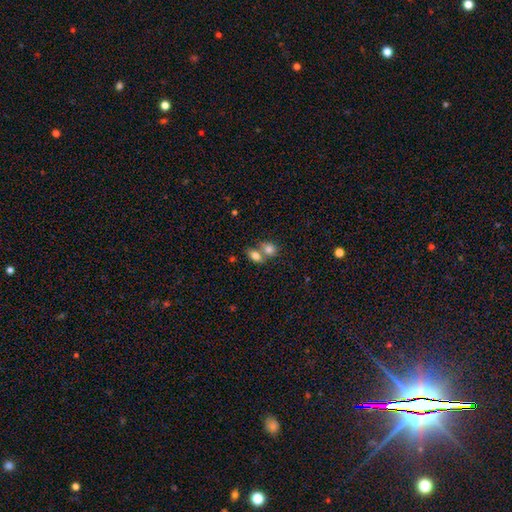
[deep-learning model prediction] A smooth galaxy with no disk features (80%) that is in between round and cigar-shaped (75%).

Vote fractions:
- Smooth or featured? smooth: 80% / featured or disk: 11% / star or artifact: 9%
- How rounded? in between: 75% / round: 23% / cigar-shaped: 2%
- Merging? merger: 58% / none: 32% / minor disturbance: 8% / major disturbance: 3%